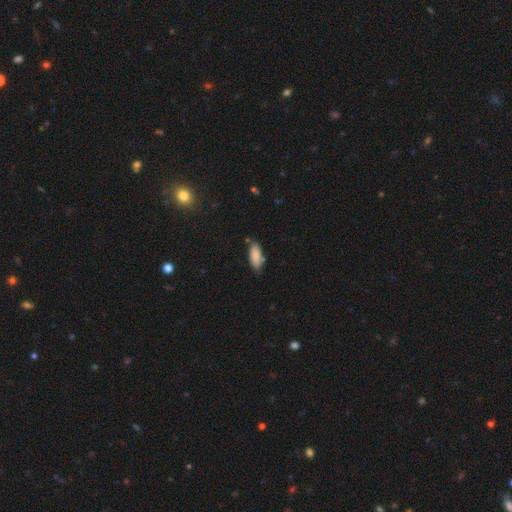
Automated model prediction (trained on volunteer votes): Q: Smooth or featured?
A: smooth (87%); runner-up: featured or disk (7%)
Q: How rounded?
A: in between (77%); runner-up: cigar-shaped (21%)
Q: Merging?
A: none (71%); runner-up: minor disturbance (21%)